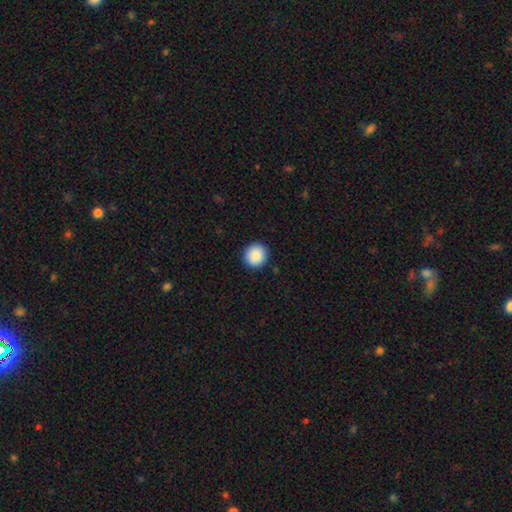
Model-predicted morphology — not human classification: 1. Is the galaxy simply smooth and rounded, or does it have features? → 88% smooth, 8% star or artifact, 4% featured or disk.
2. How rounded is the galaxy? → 94% round, 5% in between, 1% cigar-shaped.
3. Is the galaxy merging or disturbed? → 92% none, 6% minor disturbance, 2% major disturbance, 1% merger.